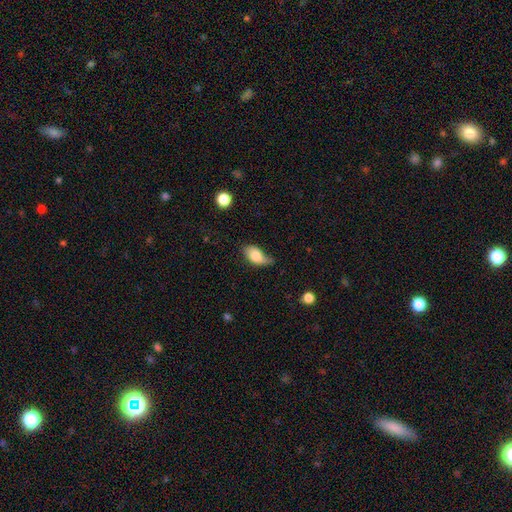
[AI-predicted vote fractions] Smooth or featured? smooth (74%)
How rounded? in between (90%)
Merging? minor disturbance (44%)